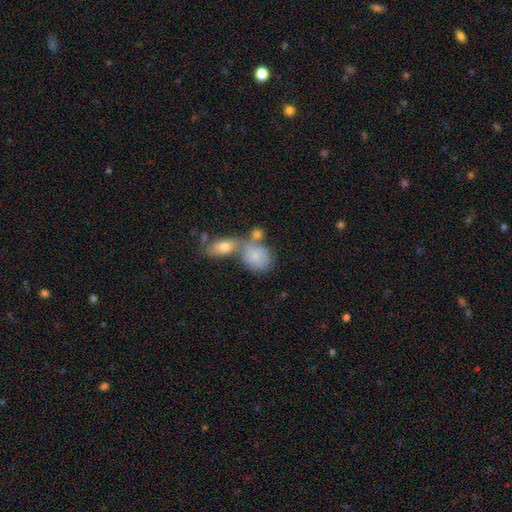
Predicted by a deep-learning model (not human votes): The model was most divided on "merging": merger: 48%, none: 32%, minor disturbance: 13%, major disturbance: 7%. More confident: smooth or featured — smooth (75%); how rounded — in between (61%).